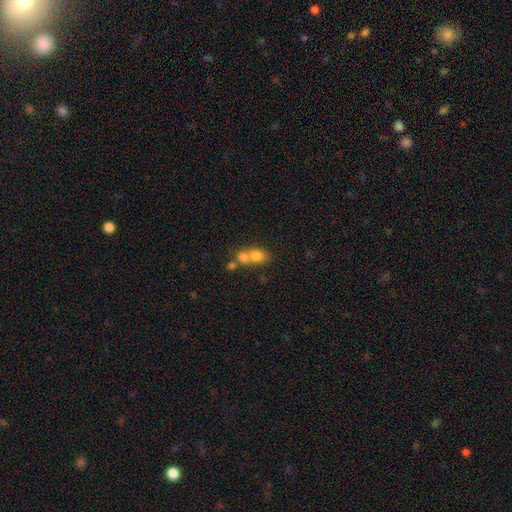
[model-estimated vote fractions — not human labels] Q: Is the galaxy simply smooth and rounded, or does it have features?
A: smooth — 74%.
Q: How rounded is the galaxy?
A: round — 50%.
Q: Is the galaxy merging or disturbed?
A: merger — 62%.